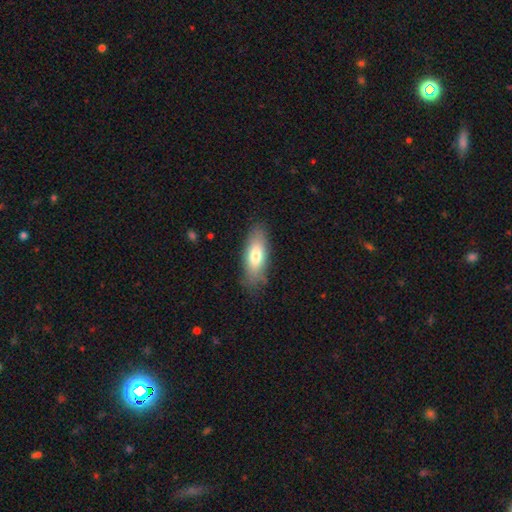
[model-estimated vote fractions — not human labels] Smooth or featured? Predicted: smooth (p=0.75). How rounded? Predicted: in between (p=0.74). Merging? Predicted: none (p=0.80).